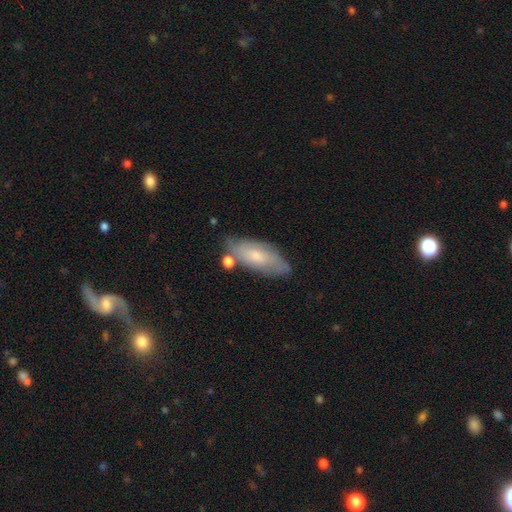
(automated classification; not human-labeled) Smooth or featured? smooth (57%)
How rounded? in between (77%)
Merging? none (64%)